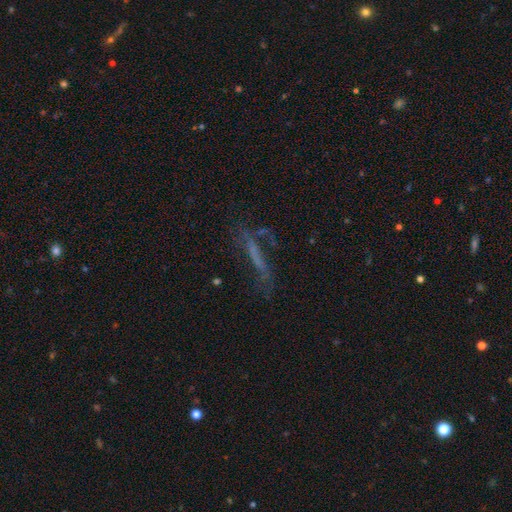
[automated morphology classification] Smooth or featured? featured or disk (46%)
Merging? none (51%)